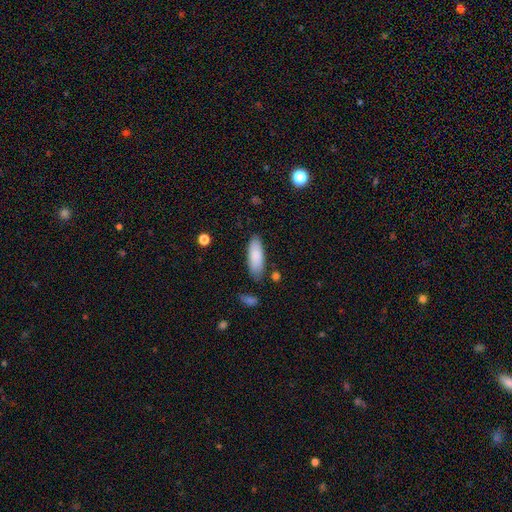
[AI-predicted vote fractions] Smooth or featured: smooth — 87% (featured or disk — 7%)
How rounded: in between — 67% (cigar-shaped — 31%)
Merging: none — 81% (minor disturbance — 13%)